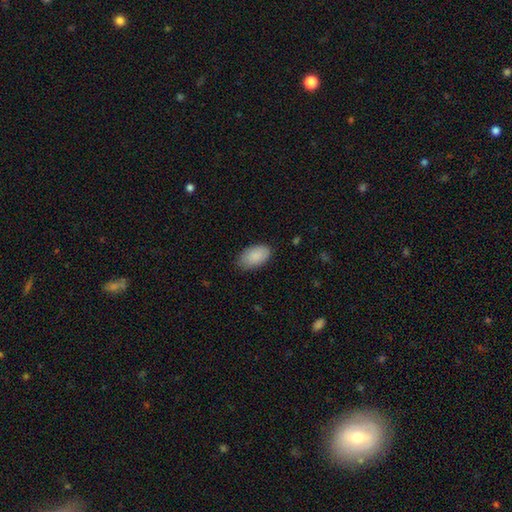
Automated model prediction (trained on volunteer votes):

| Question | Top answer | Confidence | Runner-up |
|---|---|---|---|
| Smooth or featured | smooth | 89% | star or artifact (6%) |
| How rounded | in between | 95% | round (4%) |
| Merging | none | 80% | minor disturbance (16%) |